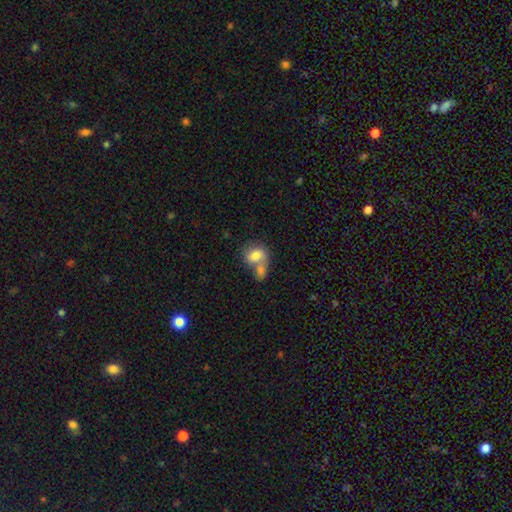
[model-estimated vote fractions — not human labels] smooth_or_featured: smooth (p=0.77) [alt: featured or disk p=0.15]
how_rounded: in between (p=0.57) [alt: round p=0.42]
merging: merger (p=0.59) [alt: none p=0.27]